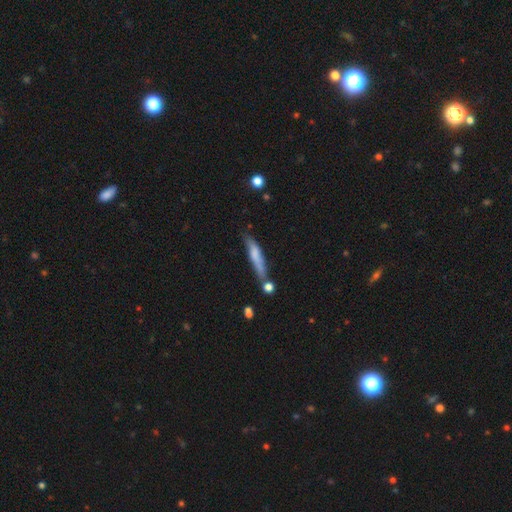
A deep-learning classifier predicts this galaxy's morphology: This is possibly a smooth galaxy (60%). How rounded: clearly cigar-shaped (88%). Merging: possibly none (58%).